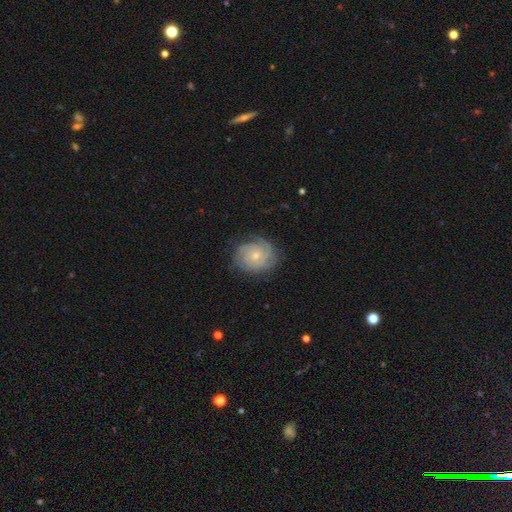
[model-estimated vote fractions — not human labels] Morphology: type=featured or disk (79%); edge-on=no (98%); bar=no (78%); spiral arms=yes (96%); winding=tight (74%); arm count=3 (31%); bulge=small (63%); merging=none (78%).